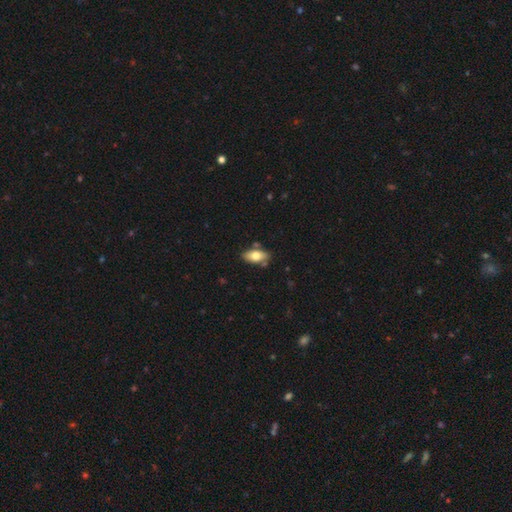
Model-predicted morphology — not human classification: Overall: smooth (73%). How rounded: in between (90%). Merging: none (77%).